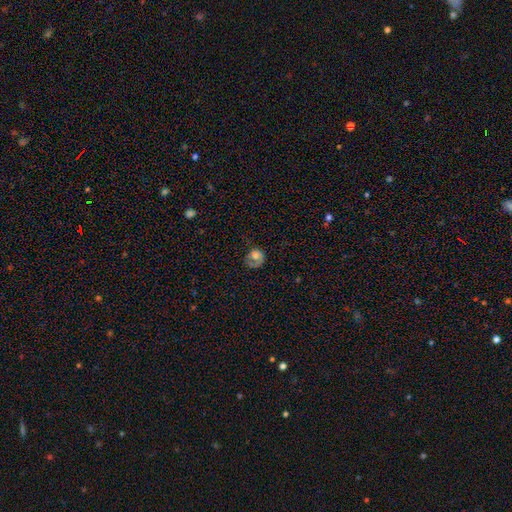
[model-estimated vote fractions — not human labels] Smooth or featured? smooth (64%)
How rounded? round (70%)
Merging? none (37%)